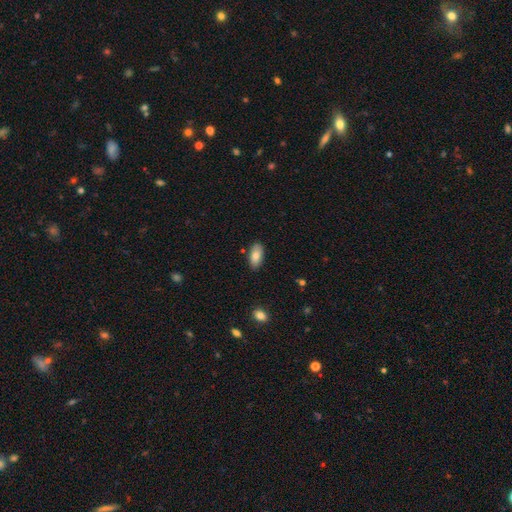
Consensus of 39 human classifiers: Volunteers were most divided on "merging": none: 81%, minor disturbance: 19%, major disturbance: 0%, merger: 0%. More confident: smooth or featured — smooth (87%); how rounded — in between (82%).